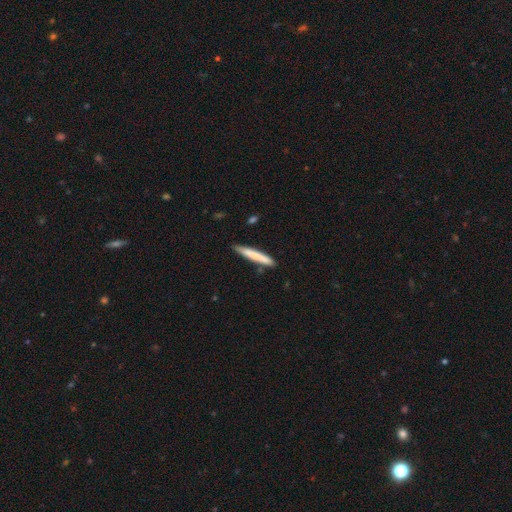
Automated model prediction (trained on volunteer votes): A smooth galaxy with no disk features (73%) that is cigar-shaped (94%). Merging: none (83%).